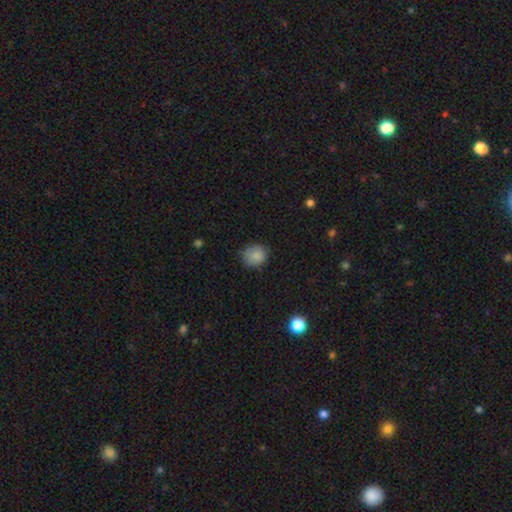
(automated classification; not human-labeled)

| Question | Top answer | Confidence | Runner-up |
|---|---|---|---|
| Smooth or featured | smooth | 85% | star or artifact (9%) |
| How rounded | round | 77% | in between (23%) |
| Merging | none | 77% | minor disturbance (18%) |